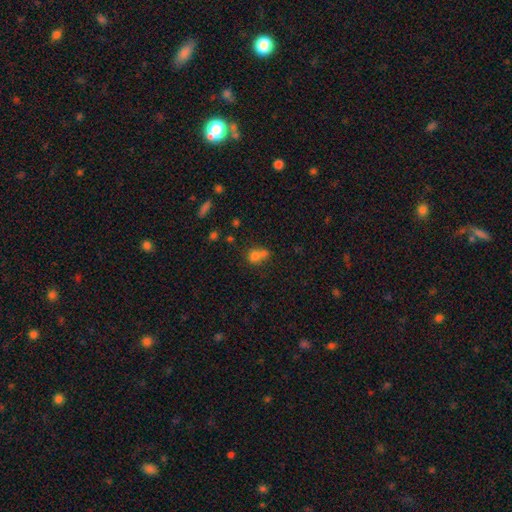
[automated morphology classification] smooth_or_featured: smooth (p=0.72) [alt: featured or disk p=0.14]
how_rounded: round (p=0.61) [alt: in between p=0.37]
merging: merger (p=0.53) [alt: none p=0.29]